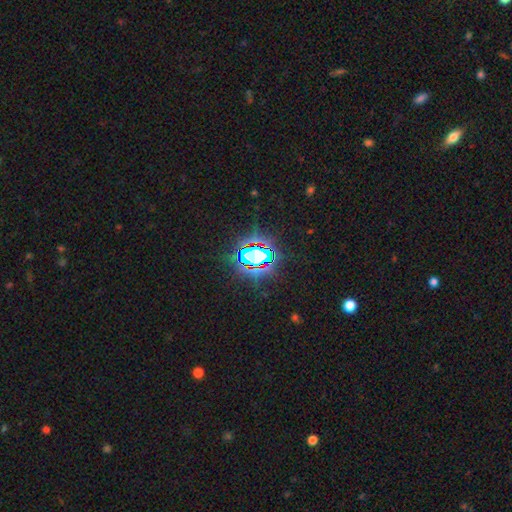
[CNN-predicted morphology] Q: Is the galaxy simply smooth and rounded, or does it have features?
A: star or artifact — 73%.